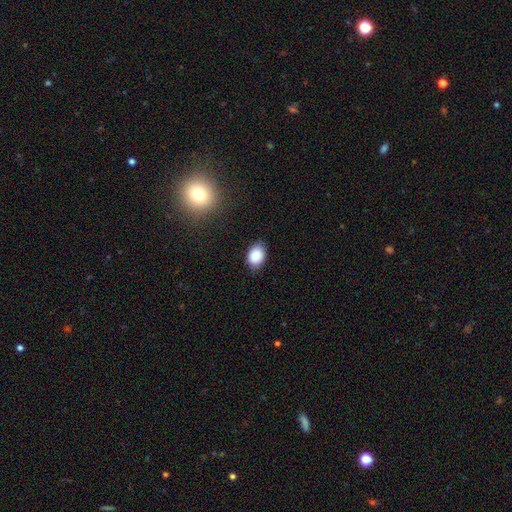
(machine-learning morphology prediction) Smooth or featured? Predicted: smooth (p=0.87). How rounded? Predicted: in between (p=0.79). Merging? Predicted: none (p=0.79).